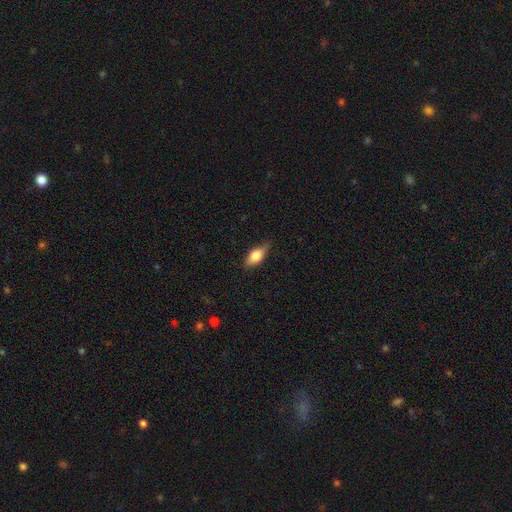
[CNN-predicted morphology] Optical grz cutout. It shows a smooth galaxy with no disk features (72%) that is in between round and cigar-shaped (84%). Merging: none (69%).